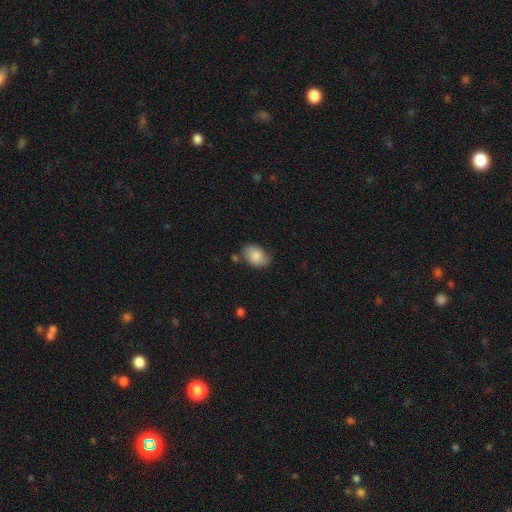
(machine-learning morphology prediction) A smooth galaxy with no disk features (80%) that is in between round and cigar-shaped (81%).

Vote fractions:
- Smooth or featured? smooth: 80% / featured or disk: 13% / star or artifact: 7%
- How rounded? in between: 81% / round: 18% / cigar-shaped: 1%
- Merging? none: 62% / minor disturbance: 27% / major disturbance: 6% / merger: 4%